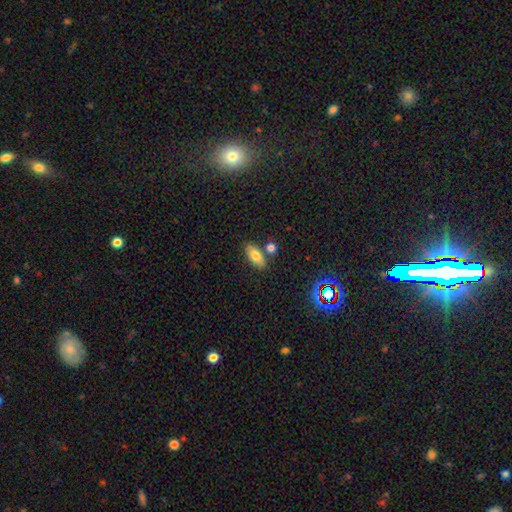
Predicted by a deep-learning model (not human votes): A smooth galaxy with no disk features (75%) that is in between round and cigar-shaped (84%). Merging: none (71%).